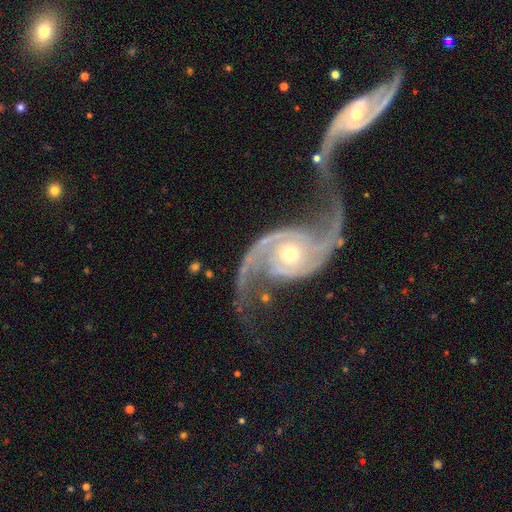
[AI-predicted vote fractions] A featured or disk galaxy (93%) with no bar (62%), 2 (93%) loose (49%) spiral arms (98%) and a moderate central bulge (56%). Merging: none (42%).